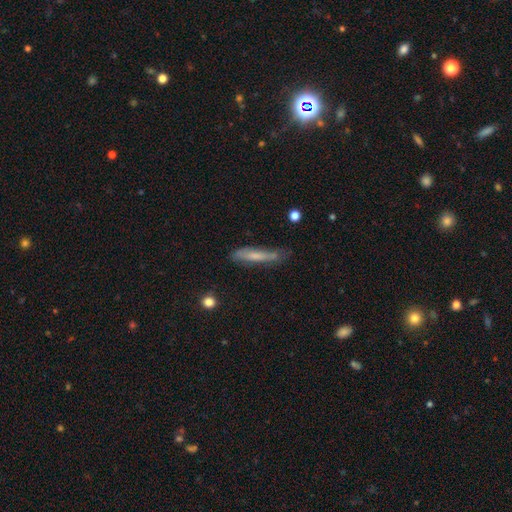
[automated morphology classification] A smooth galaxy with no disk features (59%) that is cigar-shaped (87%). Merging: none (61%).